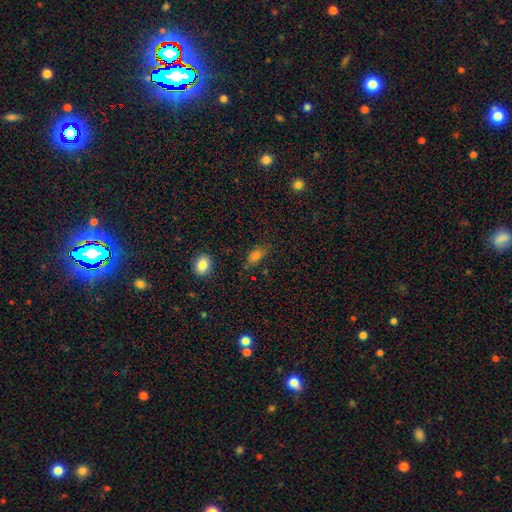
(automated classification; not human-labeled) A smooth galaxy with no disk features (76%) that is in between round and cigar-shaped (81%). Merging: none (72%).